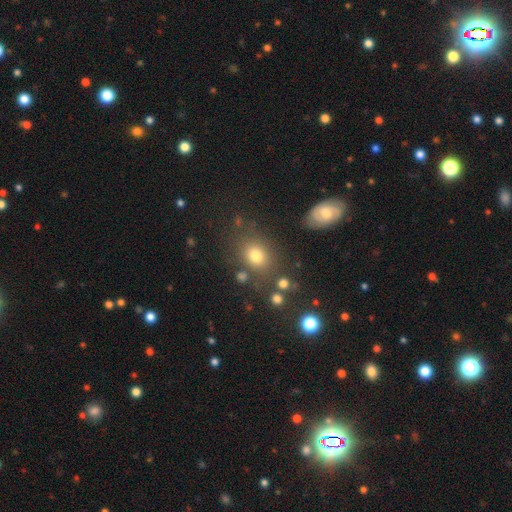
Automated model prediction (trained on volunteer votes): Smooth or featured: smooth — 75% (star or artifact — 15%)
How rounded: round — 52% (in between — 47%)
Merging: none — 73% (minor disturbance — 13%)